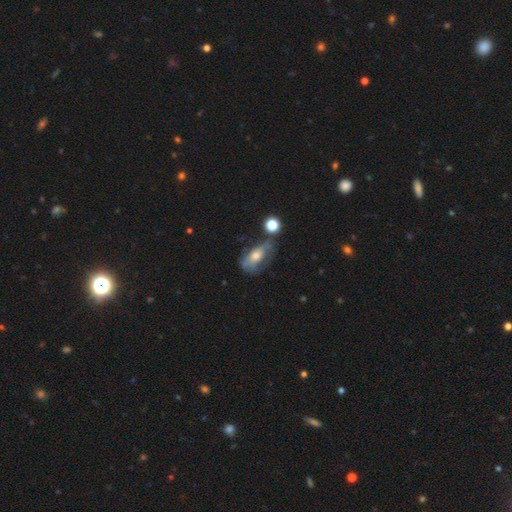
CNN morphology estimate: smooth_or_featured: smooth (p=0.47) [alt: featured or disk p=0.42]
merging: none (p=0.36) [alt: minor disturbance p=0.29]